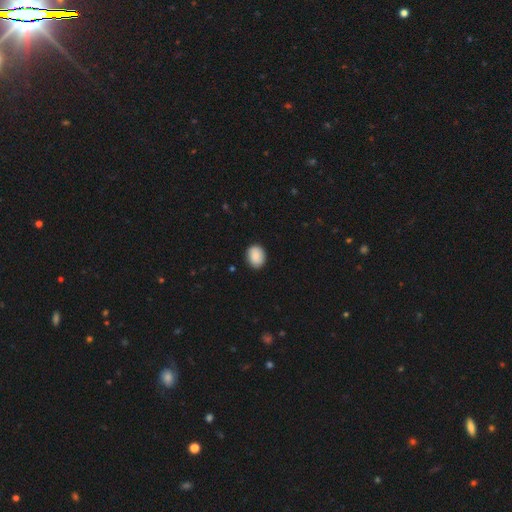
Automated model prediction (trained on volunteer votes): smooth-or-featured: smooth: 89% | star or artifact: 7% | featured or disk: 4%
  how-rounded: in between: 51% | round: 48% | cigar-shaped: 1%
  merging: none: 88% | minor disturbance: 9% | major disturbance: 2% | merger: 1%